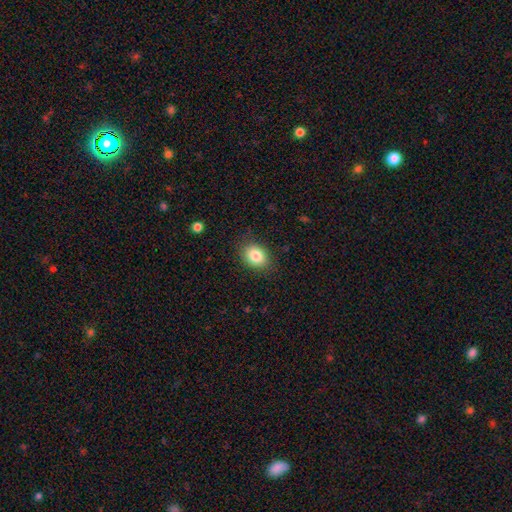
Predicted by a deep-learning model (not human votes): The model was most divided on "how rounded": in between: 57%, round: 42%, cigar-shaped: 1%. More confident: smooth or featured — smooth (84%); merging — none (83%).